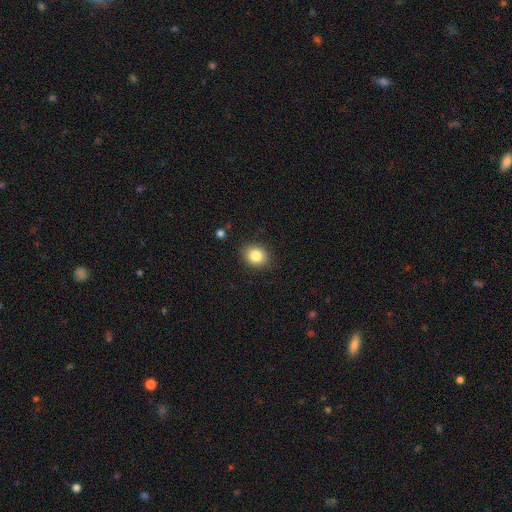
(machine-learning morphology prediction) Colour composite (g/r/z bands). It shows a smooth galaxy with no disk features (84%) that is round (62%). Merging: none (88%).